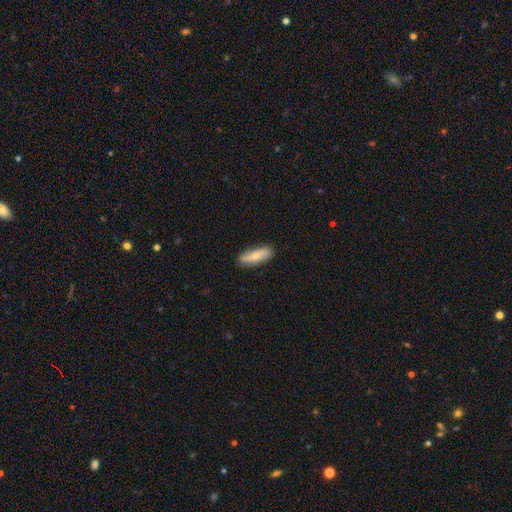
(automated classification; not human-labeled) This is possibly a smooth galaxy (59%). How rounded: possibly in between (49%). Merging: clearly none (84%).